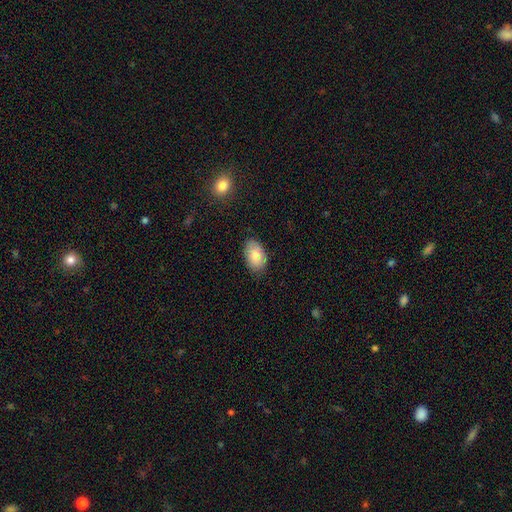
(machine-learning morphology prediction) smooth 83%, featured or disk 10%, star or artifact 7%. Down the decision tree: how rounded — in between (92%); merging — none (78%).